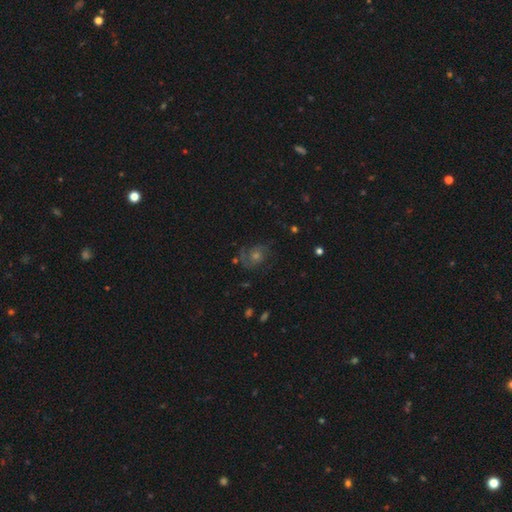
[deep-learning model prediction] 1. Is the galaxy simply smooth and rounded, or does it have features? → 52% featured or disk, 26% star or artifact, 23% smooth.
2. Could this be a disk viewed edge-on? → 96% no, 4% yes.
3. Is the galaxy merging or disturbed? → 70% none, 17% minor disturbance, 11% major disturbance, 3% merger.